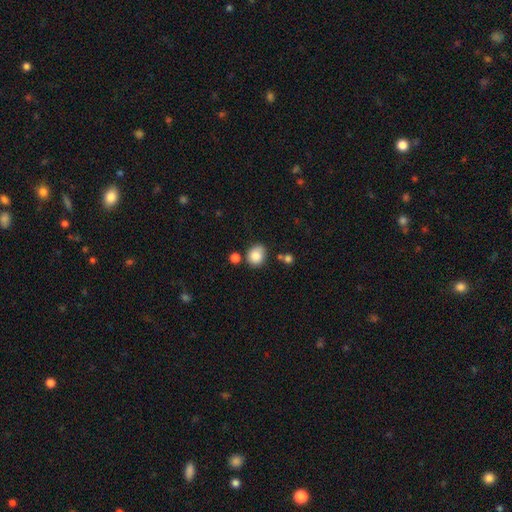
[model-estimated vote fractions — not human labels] A smooth galaxy with no disk features (85%) that is round (65%).

Vote fractions:
- Smooth or featured? smooth: 85% / star or artifact: 9% / featured or disk: 6%
- How rounded? round: 65% / in between: 34% / cigar-shaped: 1%
- Merging? none: 68% / minor disturbance: 18% / merger: 9% / major disturbance: 4%